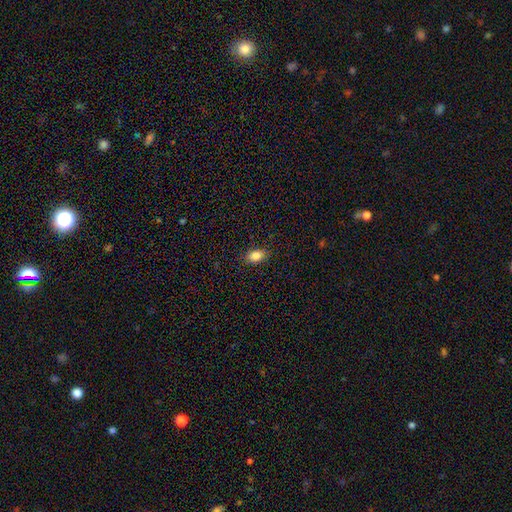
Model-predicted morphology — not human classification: Smooth or featured: smooth — 85% (star or artifact — 9%)
How rounded: in between — 85% (round — 13%)
Merging: none — 88% (minor disturbance — 9%)